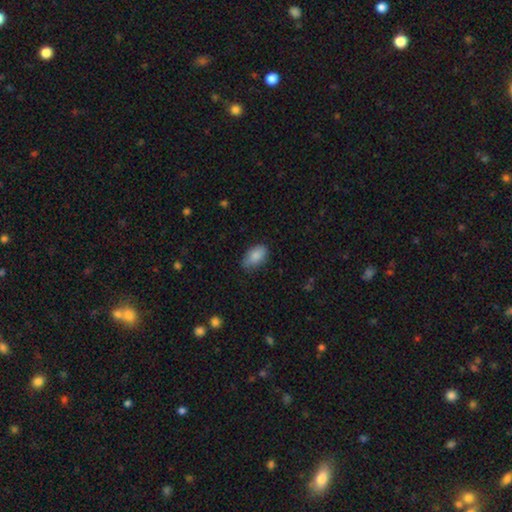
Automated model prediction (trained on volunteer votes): Smooth or featured: smooth — 86% (featured or disk — 7%)
How rounded: in between — 93% (round — 5%)
Merging: none — 74% (minor disturbance — 21%)